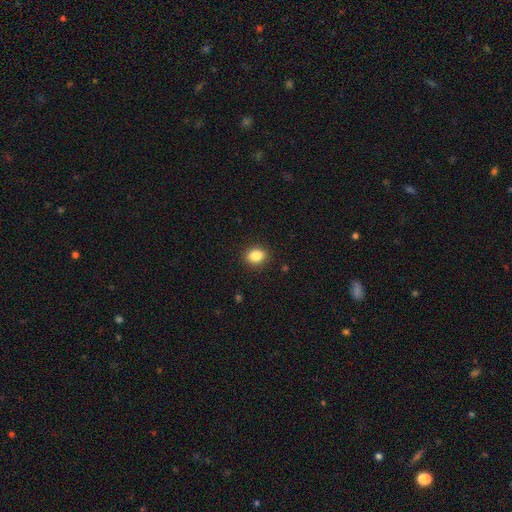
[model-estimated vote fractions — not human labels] Smooth or featured?
  - smooth: 86% *
  - star or artifact: 10%
  - featured or disk: 4%
How rounded?
  - in between: 54% *
  - round: 45%
  - cigar-shaped: 1%
Merging?
  - none: 90% *
  - minor disturbance: 7%
  - major disturbance: 2%
  - merger: 1%